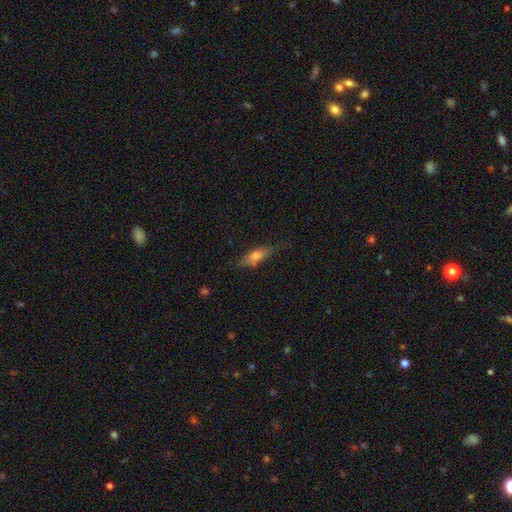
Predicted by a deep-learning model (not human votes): smooth_or_featured: smooth (p=0.59) [alt: featured or disk p=0.32]
how_rounded: in between (p=0.56) [alt: cigar-shaped p=0.41]
merging: none (p=0.72) [alt: minor disturbance p=0.21]